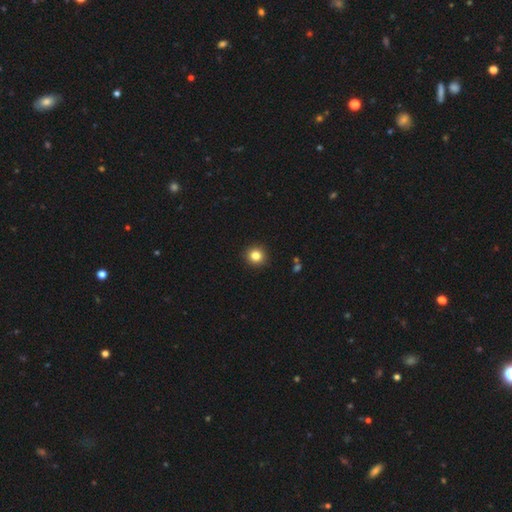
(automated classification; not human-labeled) Smooth or featured? smooth (83%)
How rounded? round (93%)
Merging? none (93%)